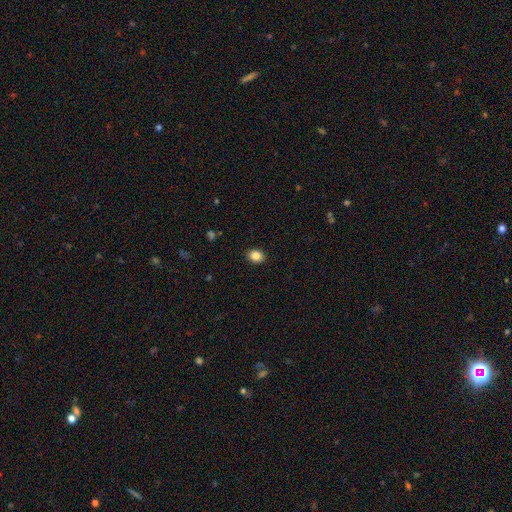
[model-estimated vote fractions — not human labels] Overall: smooth (87%). How rounded: in between (53%; round 46%). Merging: none (90%).